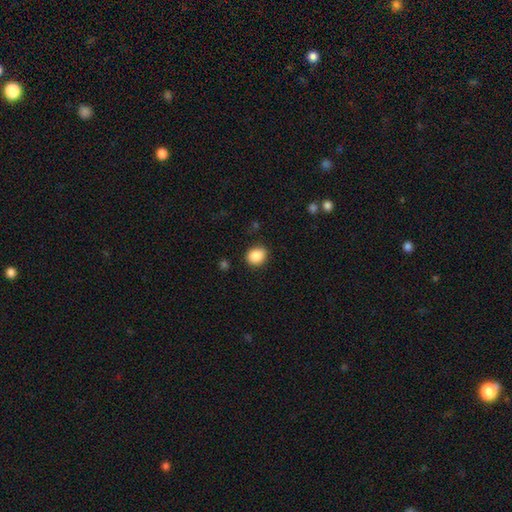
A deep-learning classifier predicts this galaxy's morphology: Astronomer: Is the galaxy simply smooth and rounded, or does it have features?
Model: smooth — 88%.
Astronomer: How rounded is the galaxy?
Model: round — 65%.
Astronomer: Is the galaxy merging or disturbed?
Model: none — 87%.